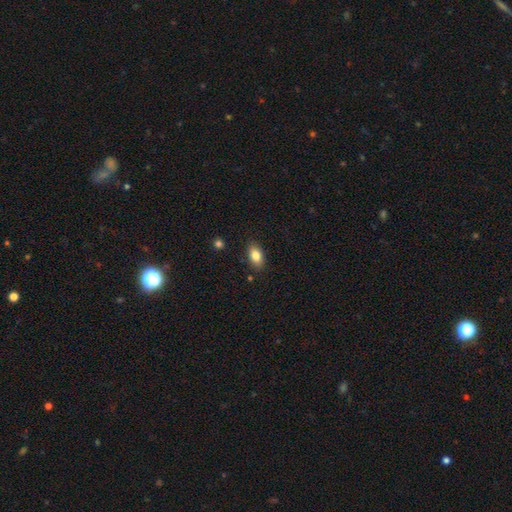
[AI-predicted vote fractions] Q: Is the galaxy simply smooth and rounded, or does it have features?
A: smooth — 83%.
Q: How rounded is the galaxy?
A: in between — 90%.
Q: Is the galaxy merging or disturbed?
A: none — 86%.